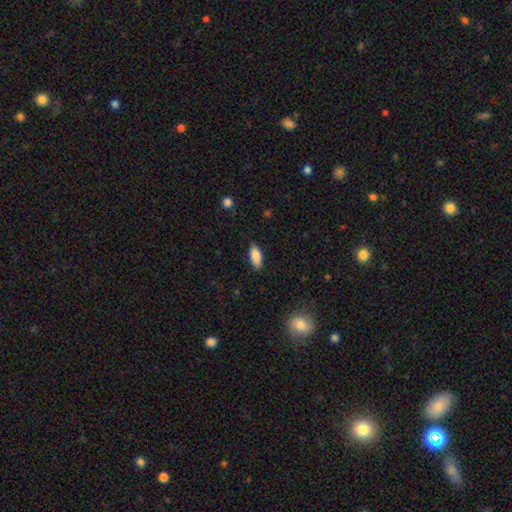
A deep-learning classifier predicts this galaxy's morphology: smooth-or-featured: smooth: 86% | featured or disk: 7% | star or artifact: 7%
  how-rounded: in between: 85% | cigar-shaped: 13% | round: 2%
  merging: none: 80% | minor disturbance: 16% | major disturbance: 3% | merger: 1%